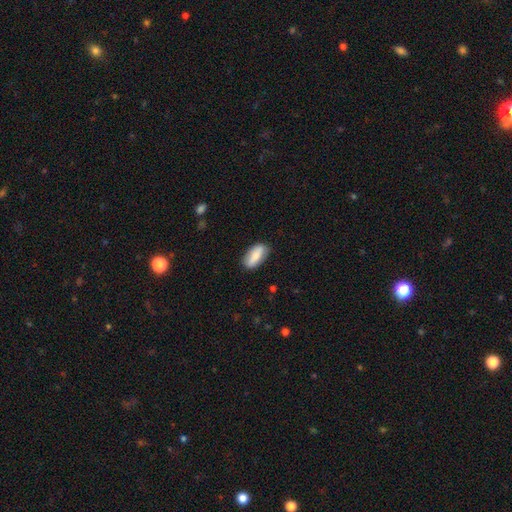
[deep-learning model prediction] Q: Smooth or featured?
A: smooth (70%); runner-up: featured or disk (24%)
Q: How rounded?
A: in between (87%); runner-up: cigar-shaped (10%)
Q: Merging?
A: none (85%); runner-up: minor disturbance (12%)